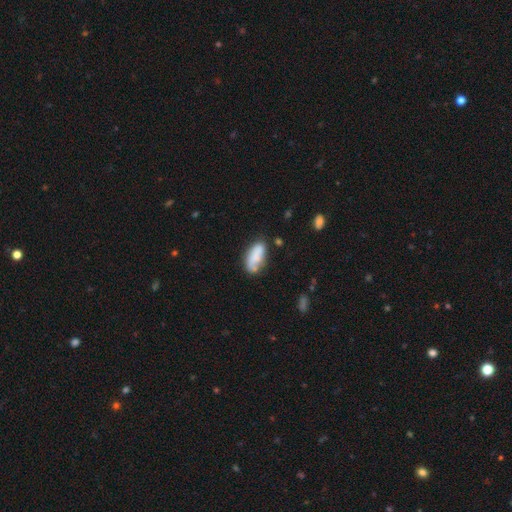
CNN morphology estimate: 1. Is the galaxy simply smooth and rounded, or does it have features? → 75% smooth, 18% featured or disk, 7% star or artifact.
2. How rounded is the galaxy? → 86% in between, 11% cigar-shaped, 3% round.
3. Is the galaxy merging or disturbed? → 53% none, 27% minor disturbance, 10% major disturbance, 9% merger.